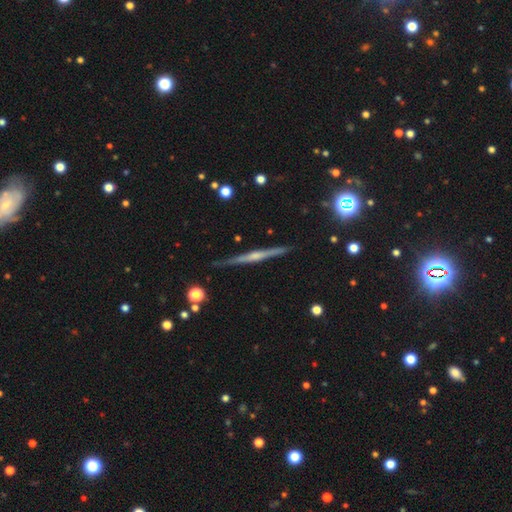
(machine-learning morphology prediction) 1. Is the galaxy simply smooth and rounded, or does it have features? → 75% featured or disk, 18% smooth, 7% star or artifact.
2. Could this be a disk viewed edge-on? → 98% yes, 2% no.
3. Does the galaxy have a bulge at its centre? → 61% rounded, 29% none, 11% boxy.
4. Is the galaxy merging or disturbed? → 88% none, 9% minor disturbance, 2% major disturbance, 1% merger.